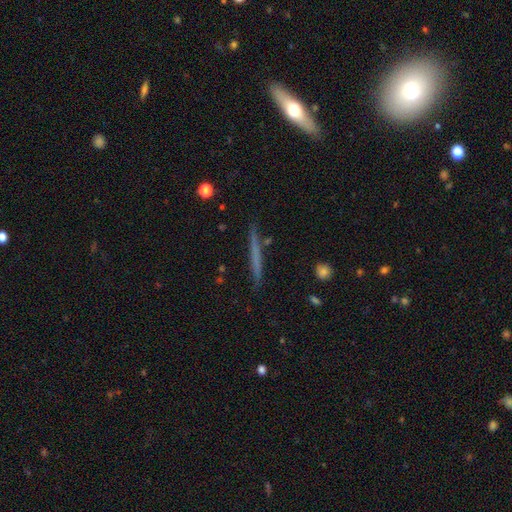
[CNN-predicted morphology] The model was most divided on "smooth or featured": smooth: 49%, featured or disk: 44%, star or artifact: 7%. More confident: merging — none (89%).